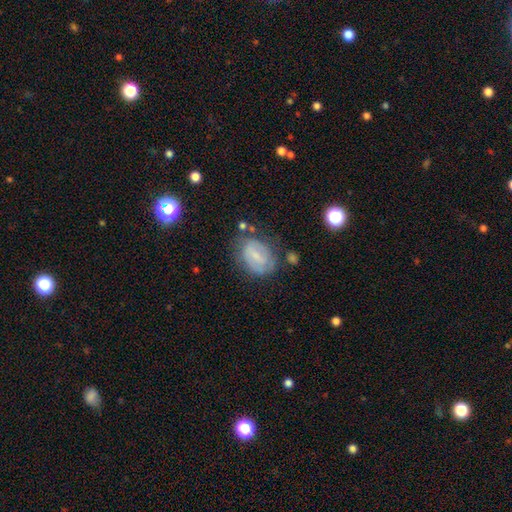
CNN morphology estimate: A featured or disk galaxy (50%). Merging: none (62%).